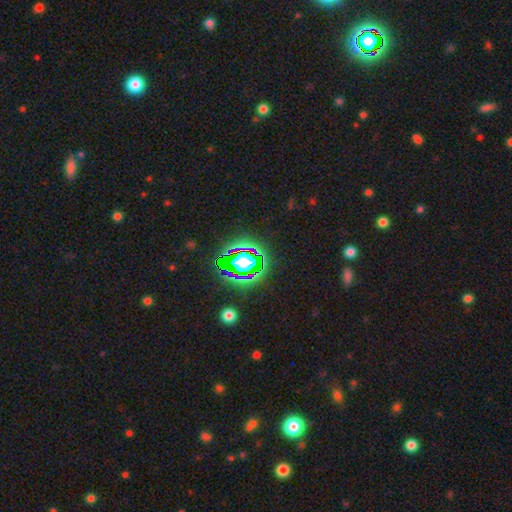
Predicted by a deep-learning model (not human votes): smooth_or_featured: star or artifact (p=0.80) [alt: smooth p=0.12]